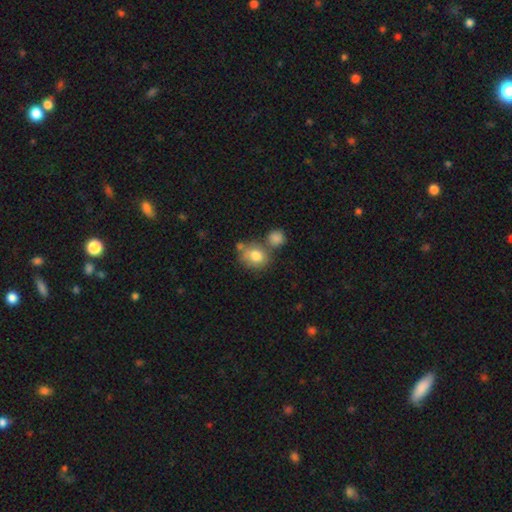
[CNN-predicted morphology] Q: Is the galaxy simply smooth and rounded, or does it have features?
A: smooth — 78%.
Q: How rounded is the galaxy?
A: round — 68%.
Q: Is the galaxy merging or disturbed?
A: none — 50%.